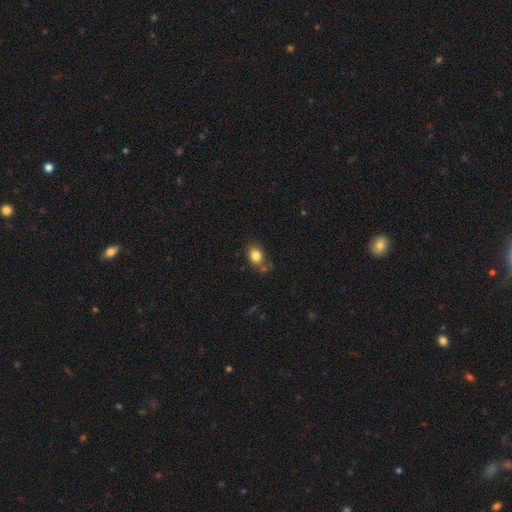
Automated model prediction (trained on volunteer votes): The model was most divided on "how rounded": in between: 54%, round: 45%, cigar-shaped: 1%. More confident: smooth or featured — smooth (82%); merging — none (64%).